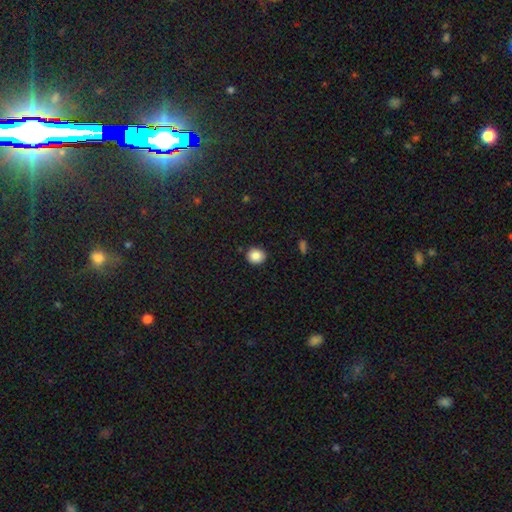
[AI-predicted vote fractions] Q: Smooth or featured?
A: smooth (86%); runner-up: star or artifact (9%)
Q: How rounded?
A: round (83%); runner-up: in between (16%)
Q: Merging?
A: none (89%); runner-up: minor disturbance (7%)